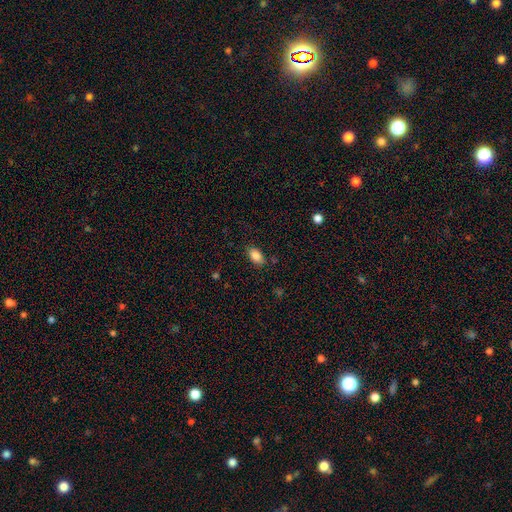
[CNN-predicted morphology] Overall: smooth (85%). How rounded: in between (91%). Merging: none (84%).